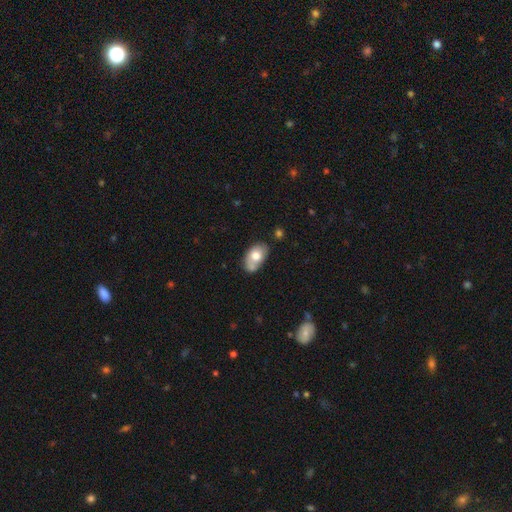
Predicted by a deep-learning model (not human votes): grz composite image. It shows a smooth galaxy with no disk features (70%) that is in between round and cigar-shaped (87%). Merging: none (47%).